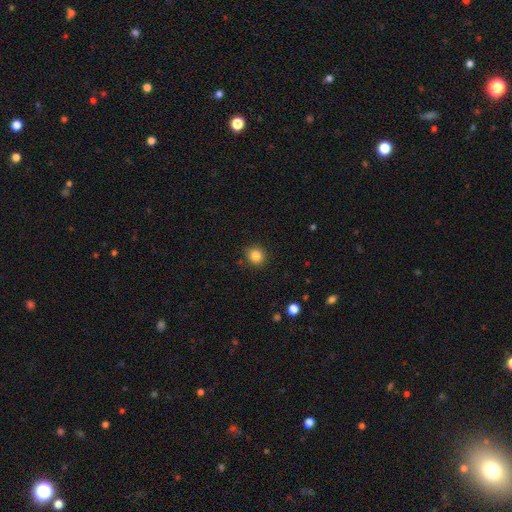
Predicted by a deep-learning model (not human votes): A smooth galaxy with no disk features (84%) that is round (84%).

Vote fractions:
- Smooth or featured? smooth: 84% / star or artifact: 11% / featured or disk: 5%
- How rounded? round: 84% / in between: 15% / cigar-shaped: 1%
- Merging? none: 89% / minor disturbance: 8% / major disturbance: 2% / merger: 1%